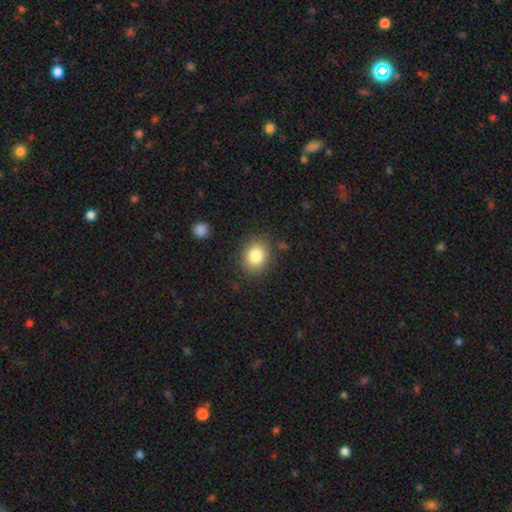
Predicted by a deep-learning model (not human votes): A smooth galaxy with no disk features (83%) that is round (53%).

Vote fractions:
- Smooth or featured? smooth: 83% / star or artifact: 9% / featured or disk: 8%
- How rounded? round: 53% / in between: 47% / cigar-shaped: 1%
- Merging? none: 85% / minor disturbance: 10% / major disturbance: 3% / merger: 2%